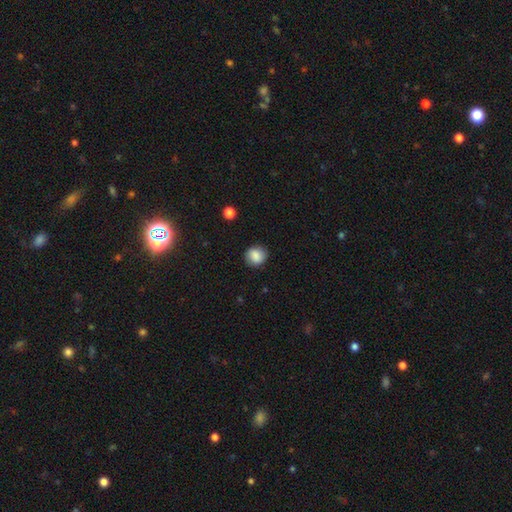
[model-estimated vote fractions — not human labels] This appears to be a smooth galaxy with no disk features (83%) that is round (80%). Merging: none (85%).